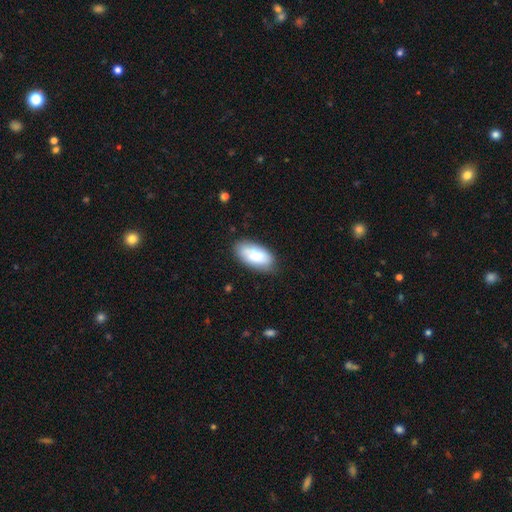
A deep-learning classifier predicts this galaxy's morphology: smooth-or-featured: smooth: 79% | featured or disk: 15% | star or artifact: 6%
  how-rounded: in between: 93% | cigar-shaped: 5% | round: 2%
  merging: none: 74% | minor disturbance: 19% | major disturbance: 4% | merger: 2%